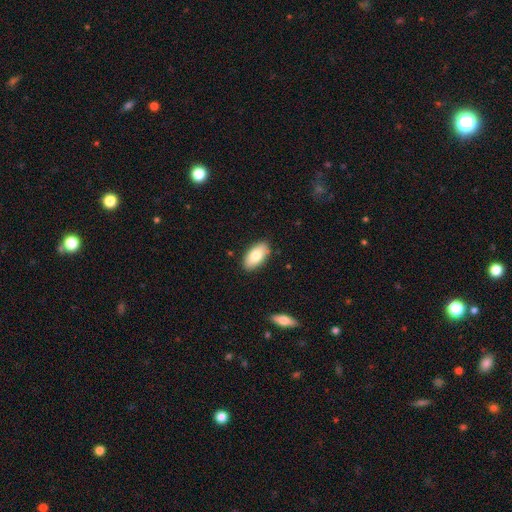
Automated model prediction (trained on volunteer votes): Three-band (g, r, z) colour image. It shows a smooth galaxy with no disk features (79%) that is in between round and cigar-shaped (93%). Merging: none (87%).